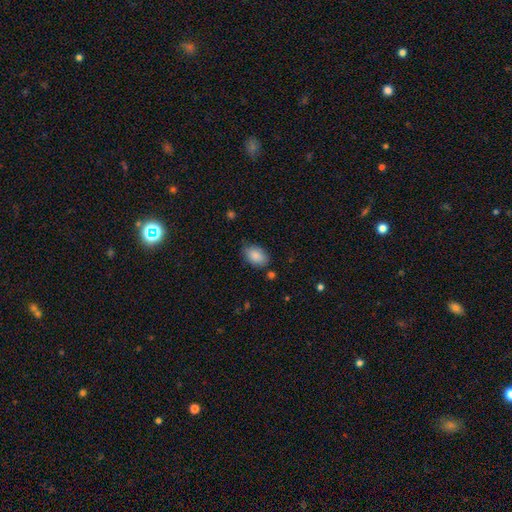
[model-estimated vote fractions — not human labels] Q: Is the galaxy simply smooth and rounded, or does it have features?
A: smooth — 88%.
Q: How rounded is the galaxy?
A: in between — 89%.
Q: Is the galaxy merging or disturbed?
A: none — 76%.